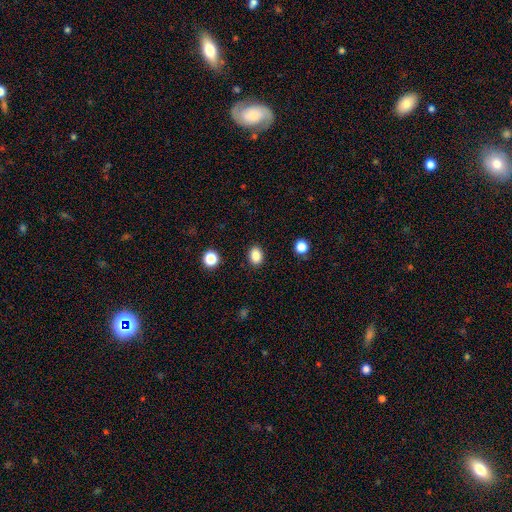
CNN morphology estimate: type=smooth (86%); roundness=in between (67%); merging=none (89%).